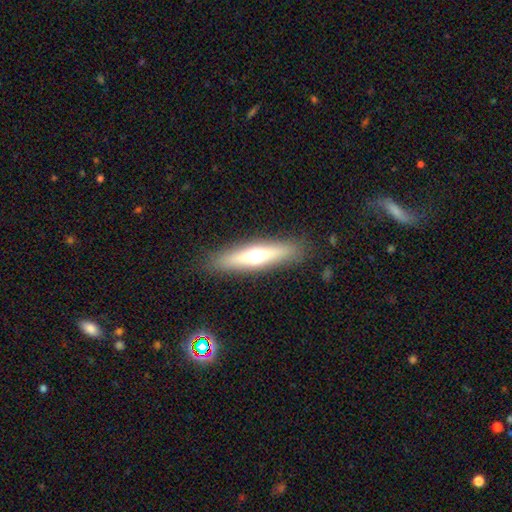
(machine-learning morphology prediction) smooth-or-featured: featured or disk: 50% | smooth: 41% | star or artifact: 8%
  disk-edge-on: yes: 87% | no: 13%
  merging: none: 88% | minor disturbance: 8% | major disturbance: 3% | merger: 1%